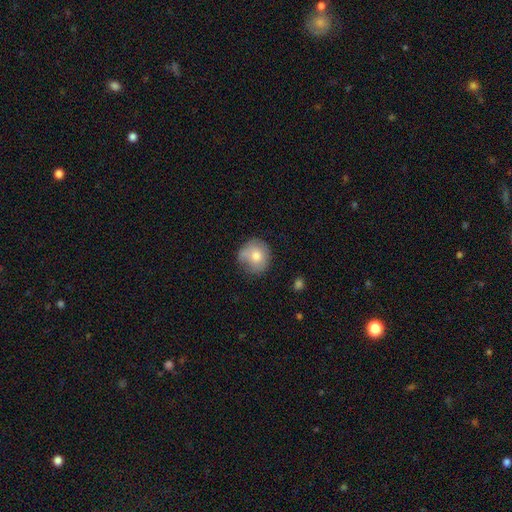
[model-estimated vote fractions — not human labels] This is likely a smooth galaxy (73%). How rounded: clearly round (86%). Merging: likely none (60%).